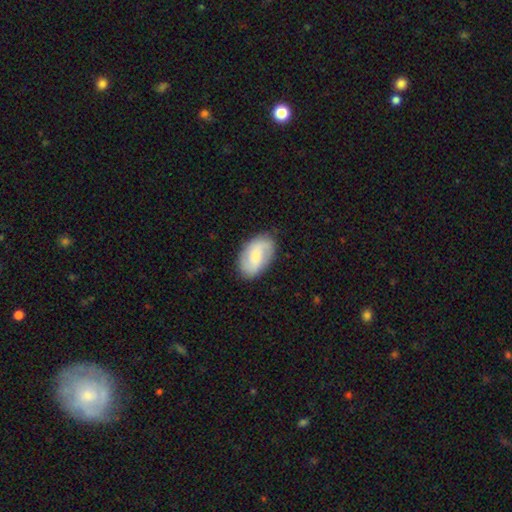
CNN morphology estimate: Smooth or featured? featured or disk (51%)
Edge-on disk? no (95%)
Merging? none (82%)